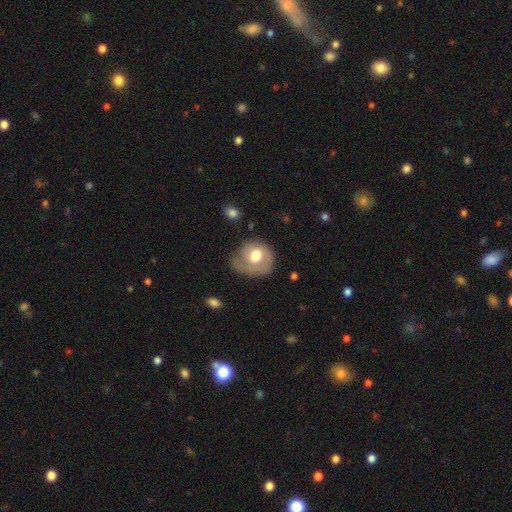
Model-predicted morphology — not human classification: Smooth or featured: smooth — 58% (featured or disk — 34%)
How rounded: round — 71% (in between — 28%)
Merging: none — 37% (minor disturbance — 34%)